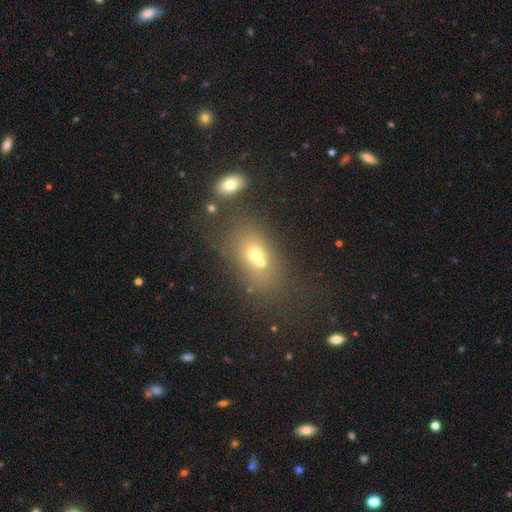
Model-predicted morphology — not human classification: Q: Smooth or featured?
A: smooth (58%); runner-up: featured or disk (23%)
Q: How rounded?
A: in between (65%); runner-up: round (30%)
Q: Merging?
A: merger (45%); runner-up: none (37%)